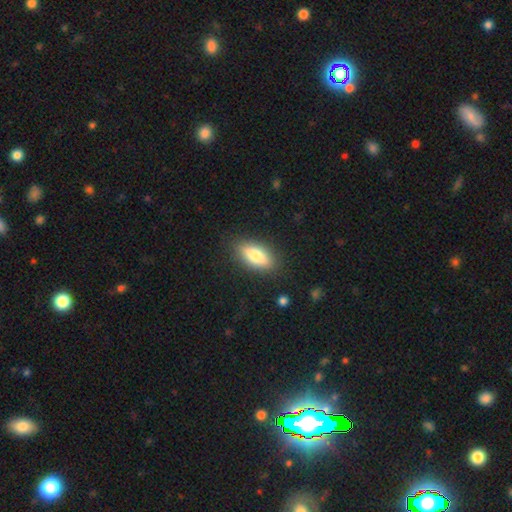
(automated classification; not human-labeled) This is likely a smooth galaxy (74%). How rounded: likely in between (78%). Merging: clearly none (86%).